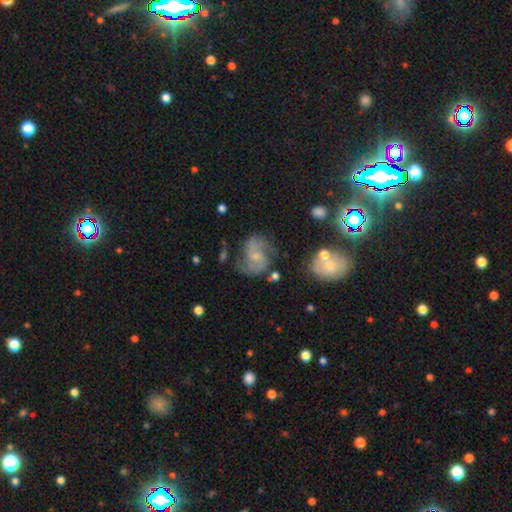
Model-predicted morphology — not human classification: The model was most divided on "spiral winding": medium: 51%, loose: 28%, tight: 21%. More confident: edge-on disk — no (98%); spiral arms — yes (94%); smooth or featured — featured or disk (79%); spiral arm count — 2 (78%); bulge size — small (62%); merging — none (60%); bar — no (59%).